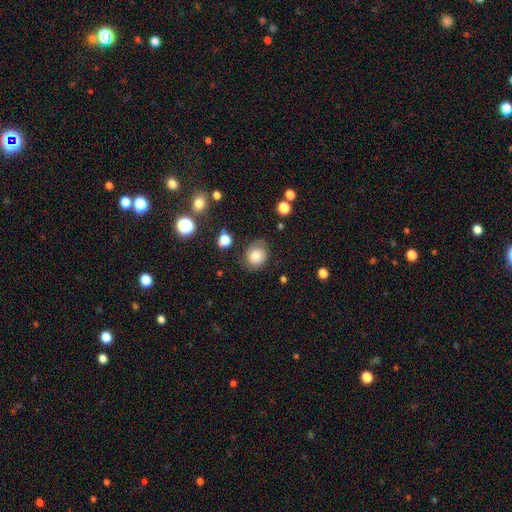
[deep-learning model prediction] smooth_or_featured: smooth (p=0.71) [alt: featured or disk p=0.18]
how_rounded: round (p=0.75) [alt: in between p=0.24]
merging: none (p=0.71) [alt: minor disturbance p=0.20]